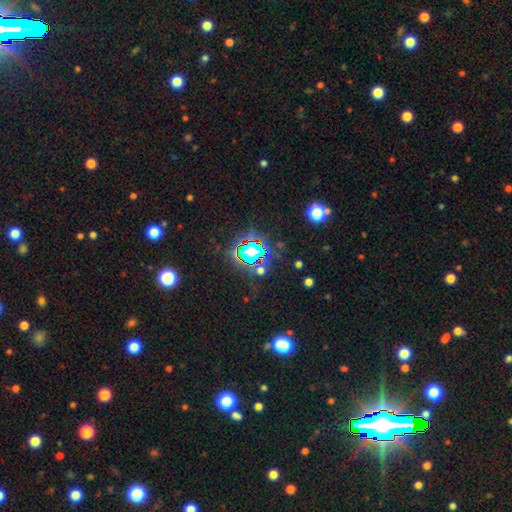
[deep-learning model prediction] Q: Smooth or featured?
A: star or artifact (84%); runner-up: smooth (10%)